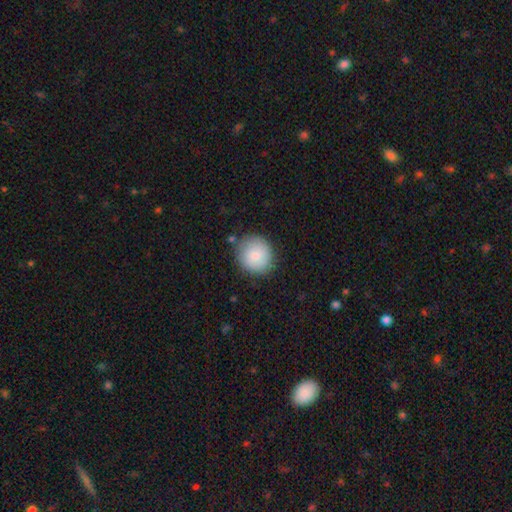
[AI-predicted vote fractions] Smooth or featured: smooth — 84% (featured or disk — 9%)
How rounded: round — 86% (in between — 13%)
Merging: none — 82% (minor disturbance — 13%)